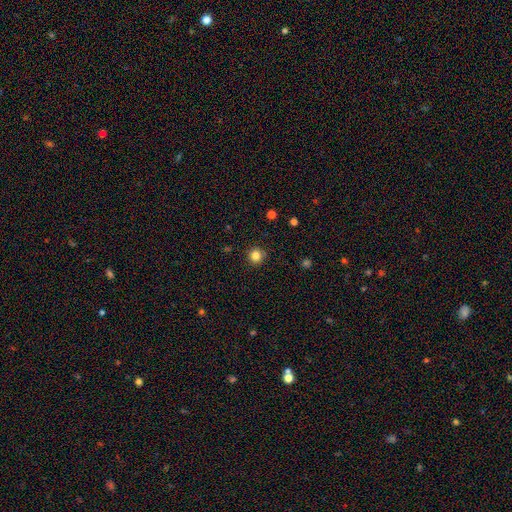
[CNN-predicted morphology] A smooth galaxy with no disk features (83%) that is round (94%). Merging: none (91%).